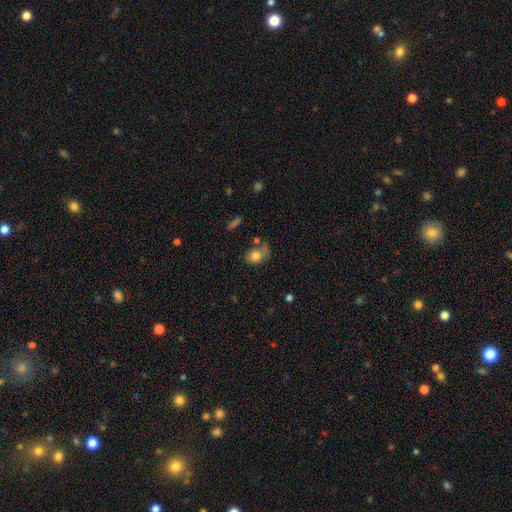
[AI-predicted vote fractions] Smooth or featured?
  - smooth: 77% *
  - featured or disk: 14%
  - star or artifact: 9%
How rounded?
  - in between: 60% *
  - round: 39%
  - cigar-shaped: 1%
Merging?
  - none: 46% *
  - minor disturbance: 26%
  - merger: 15%
  - major disturbance: 13%